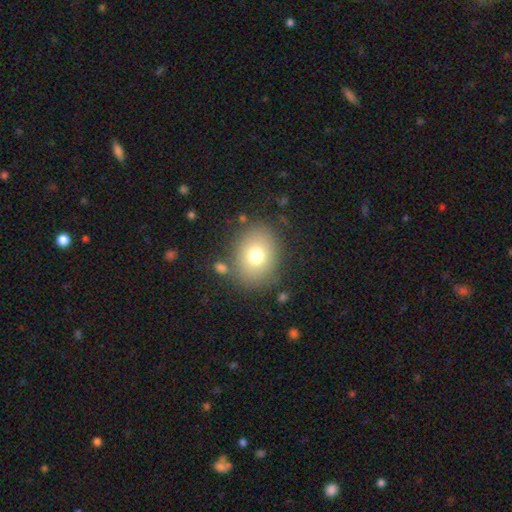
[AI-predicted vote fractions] A smooth galaxy with no disk features (74%) that is round (55%).

Vote fractions:
- Smooth or featured? smooth: 74% / featured or disk: 14% / star or artifact: 12%
- How rounded? round: 55% / in between: 44% / cigar-shaped: 1%
- Merging? none: 79% / minor disturbance: 11% / major disturbance: 5% / merger: 4%